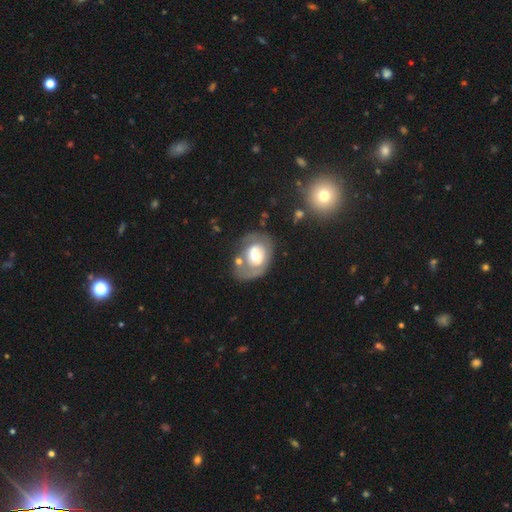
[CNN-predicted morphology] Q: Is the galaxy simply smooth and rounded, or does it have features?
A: featured or disk — 55%.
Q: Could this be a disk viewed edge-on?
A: no — 95%.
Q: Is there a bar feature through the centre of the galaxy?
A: no — 65%.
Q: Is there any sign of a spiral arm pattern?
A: no — 64%.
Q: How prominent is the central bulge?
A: moderate — 61%.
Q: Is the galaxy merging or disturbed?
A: none — 48%.